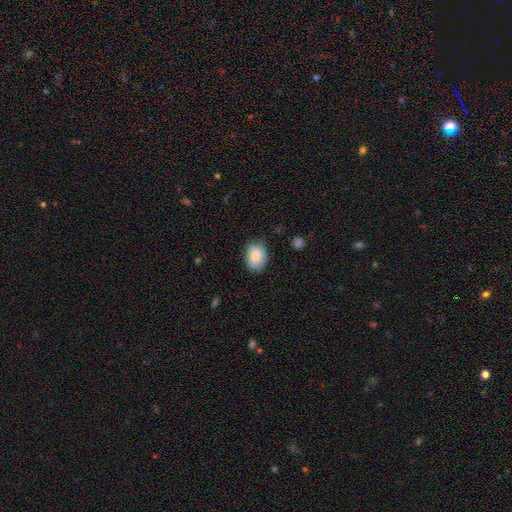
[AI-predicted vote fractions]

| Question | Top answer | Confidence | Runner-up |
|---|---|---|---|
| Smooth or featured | smooth | 78% | featured or disk (15%) |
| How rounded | in between | 72% | round (27%) |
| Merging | none | 69% | minor disturbance (25%) |